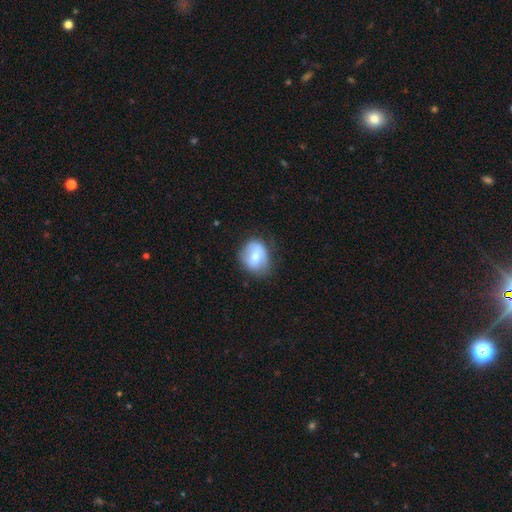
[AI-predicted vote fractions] Smooth or featured: smooth — 62% (featured or disk — 30%)
How rounded: round — 56% (in between — 43%)
Merging: none — 66% (minor disturbance — 25%)